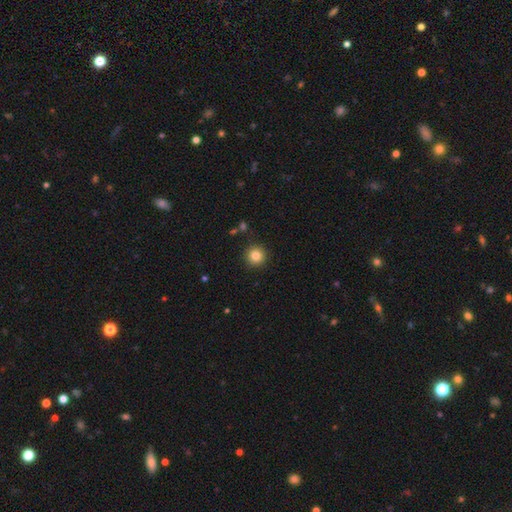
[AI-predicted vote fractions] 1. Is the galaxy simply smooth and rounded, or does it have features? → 82% smooth, 11% star or artifact, 7% featured or disk.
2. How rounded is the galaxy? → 95% round, 4% in between, 1% cigar-shaped.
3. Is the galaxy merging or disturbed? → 90% none, 6% minor disturbance, 2% major disturbance, 2% merger.